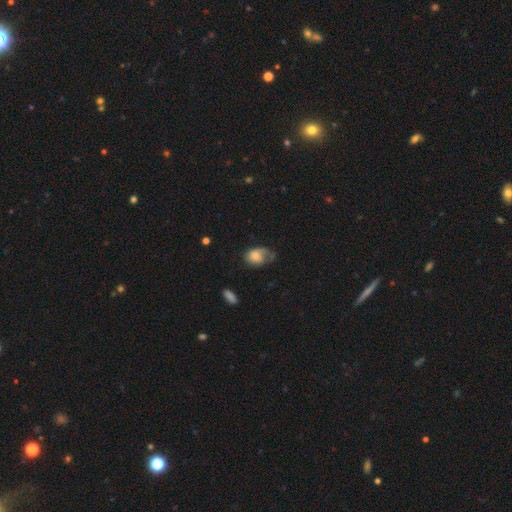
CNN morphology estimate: Smooth or featured? smooth (67%)
How rounded? in between (76%)
Merging? major disturbance (34%)